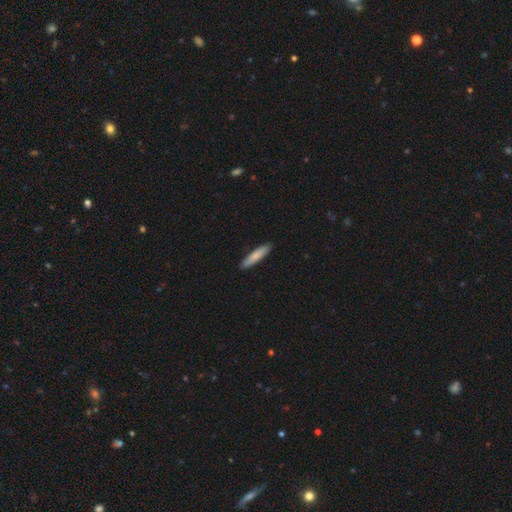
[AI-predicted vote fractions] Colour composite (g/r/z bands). It shows a smooth galaxy with no disk features (80%) that is cigar-shaped (85%). Merging: none (90%).